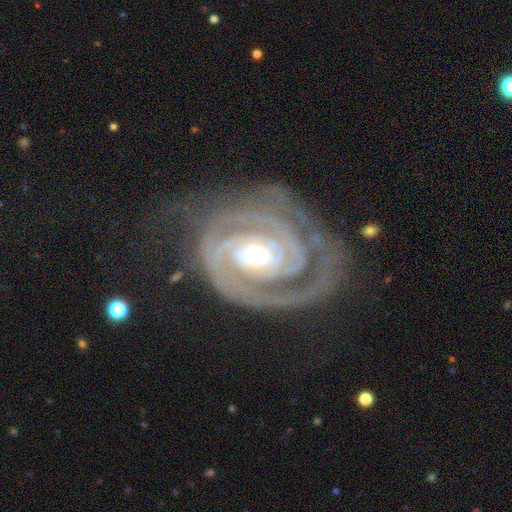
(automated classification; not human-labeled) The model was most divided on "bar": no: 40%, weak: 36%, strong: 25%. More confident: spiral arms — yes (98%); edge-on disk — no (97%); smooth or featured — featured or disk (92%); spiral winding — tight (80%); merging — none (66%); spiral arm count — 2 (59%); bulge size — small (53%).